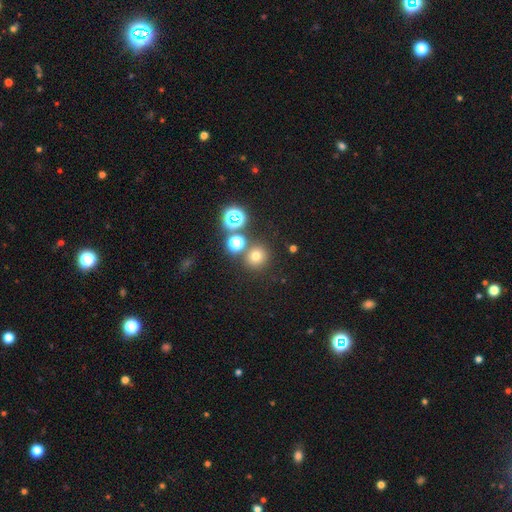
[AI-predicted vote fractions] A smooth galaxy with no disk features (67%) that is round (91%). Merging: none (78%).